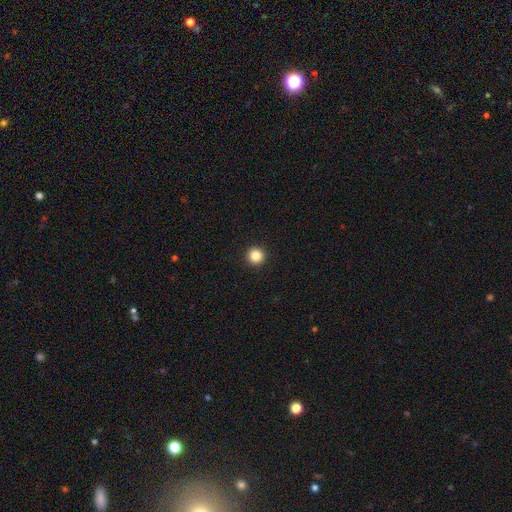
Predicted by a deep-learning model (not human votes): Overall: smooth (85%). How rounded: round (96%). Merging: none (94%).